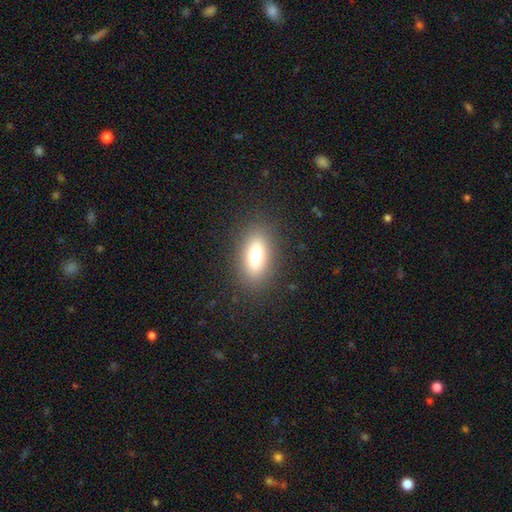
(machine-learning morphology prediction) The model was most divided on "smooth or featured": smooth: 72%, featured or disk: 17%, star or artifact: 11%. More confident: merging — none (86%); how rounded — in between (81%).